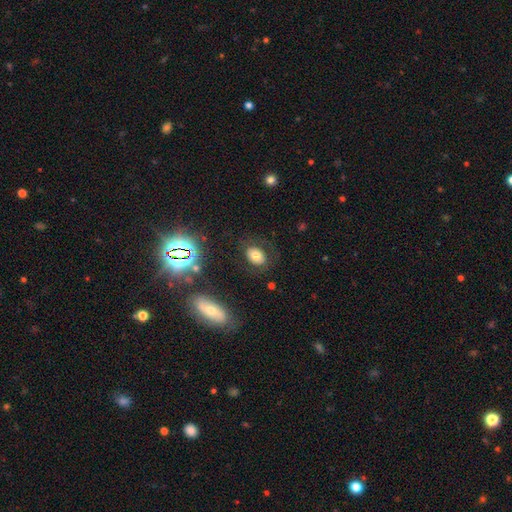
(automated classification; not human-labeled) Smooth or featured?
  - smooth: 69% *
  - featured or disk: 17%
  - star or artifact: 13%
How rounded?
  - in between: 74% *
  - round: 25%
  - cigar-shaped: 1%
Merging?
  - none: 77% *
  - minor disturbance: 13%
  - major disturbance: 8%
  - merger: 2%